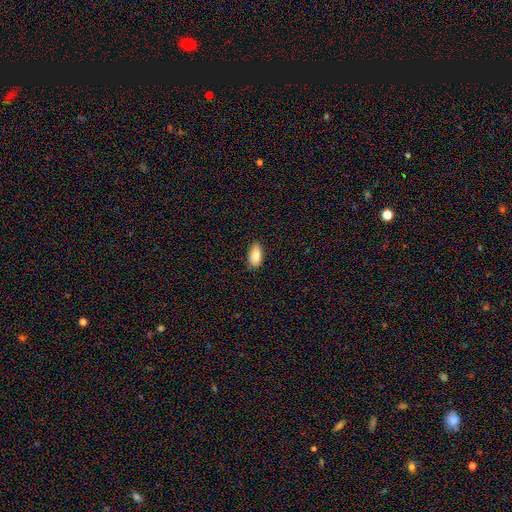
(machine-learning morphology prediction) A smooth galaxy with no disk features (86%) that is in between round and cigar-shaped (93%).

Vote fractions:
- Smooth or featured? smooth: 86% / featured or disk: 7% / star or artifact: 7%
- How rounded? in between: 93% / cigar-shaped: 4% / round: 3%
- Merging? none: 85% / minor disturbance: 12% / major disturbance: 2% / merger: 1%